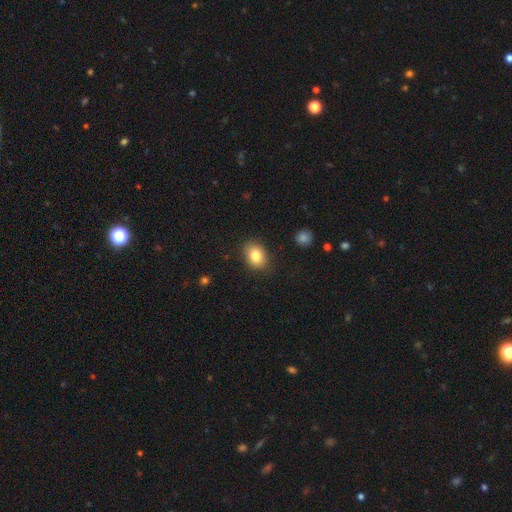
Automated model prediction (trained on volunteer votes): A smooth galaxy with no disk features (83%) that is in between round and cigar-shaped (69%). Merging: none (84%).